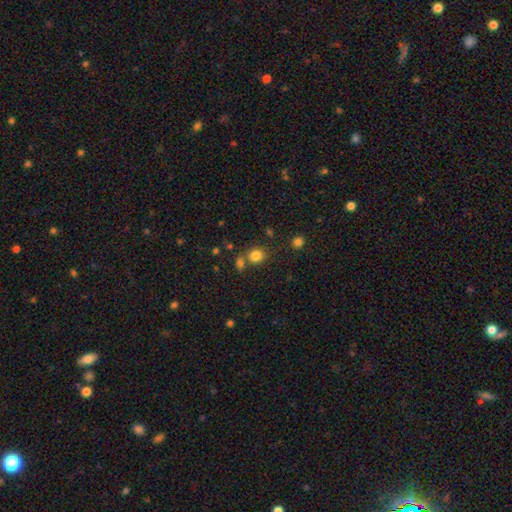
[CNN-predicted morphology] The model was most divided on "how rounded": round: 72%, in between: 28%, cigar-shaped: 1%. More confident: smooth or featured — smooth (81%); merging — none (65%).